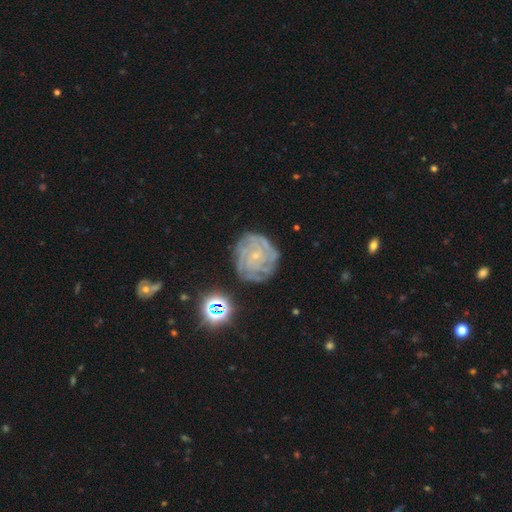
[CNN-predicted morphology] Overall: featured or disk (81%). Edge-on disk: no (98%). Bar: no (78%). Spiral arms: yes (95%). Spiral arm count: can't tell (29%; 4 26%). Spiral winding: tight (79%). Bulge size: small (84%). Merging: none (75%).